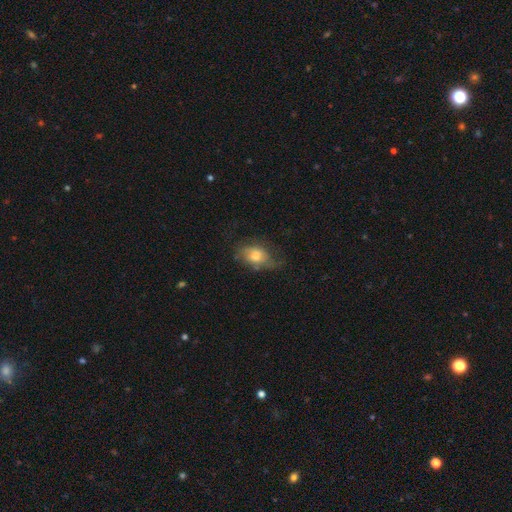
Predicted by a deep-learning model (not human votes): A smooth galaxy with no disk features (61%) that is in between round and cigar-shaped (82%). Merging: none (51%).